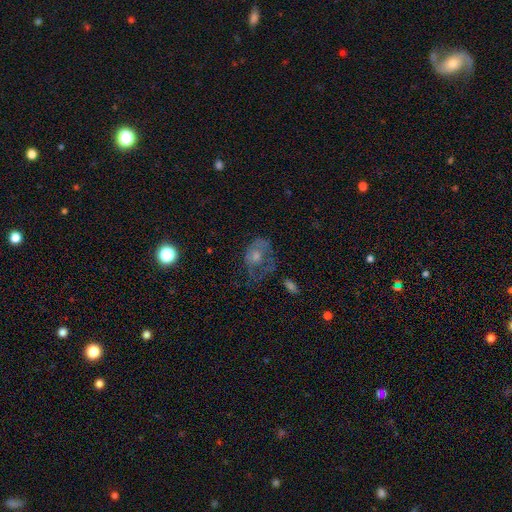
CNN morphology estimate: Smooth or featured: featured or disk — 45% (smooth — 44%)
Merging: major disturbance — 39% (none — 33%)